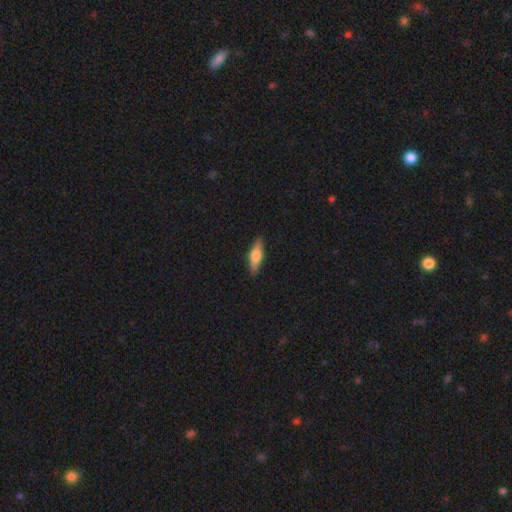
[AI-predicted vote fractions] Smooth or featured? smooth (52%)
How rounded? cigar-shaped (54%)
Merging? none (88%)